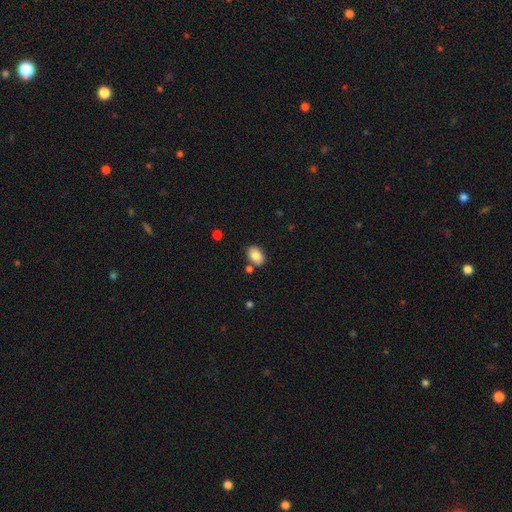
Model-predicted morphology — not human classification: A smooth galaxy with no disk features (87%) that is in between round and cigar-shaped (84%).

Vote fractions:
- Smooth or featured? smooth: 87% / star or artifact: 8% / featured or disk: 6%
- How rounded? in between: 84% / round: 15% / cigar-shaped: 1%
- Merging? none: 78% / minor disturbance: 11% / merger: 8% / major disturbance: 3%